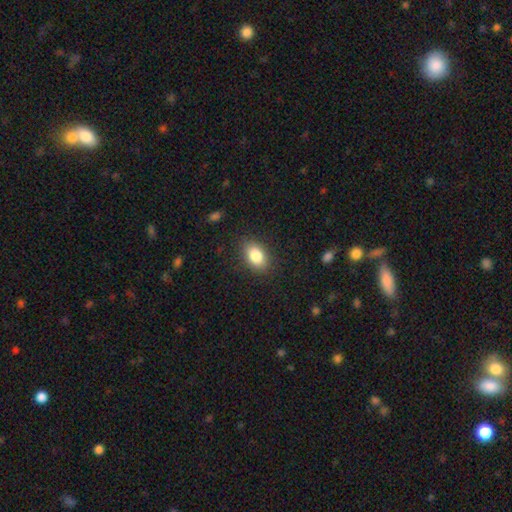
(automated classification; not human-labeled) The model was most divided on "merging": none: 85%, minor disturbance: 11%, major disturbance: 3%, merger: 1%. More confident: how rounded — in between (88%); smooth or featured — smooth (85%).